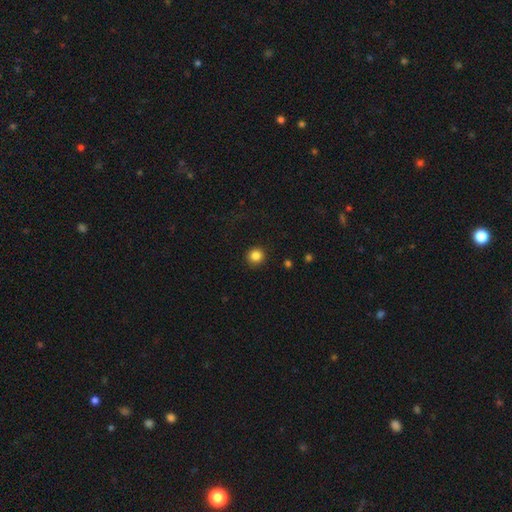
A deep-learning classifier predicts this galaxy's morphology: Smooth or featured?
  - smooth: 85% *
  - star or artifact: 11%
  - featured or disk: 4%
How rounded?
  - round: 94% *
  - in between: 5%
  - cigar-shaped: 1%
Merging?
  - none: 92% *
  - minor disturbance: 5%
  - major disturbance: 2%
  - merger: 1%